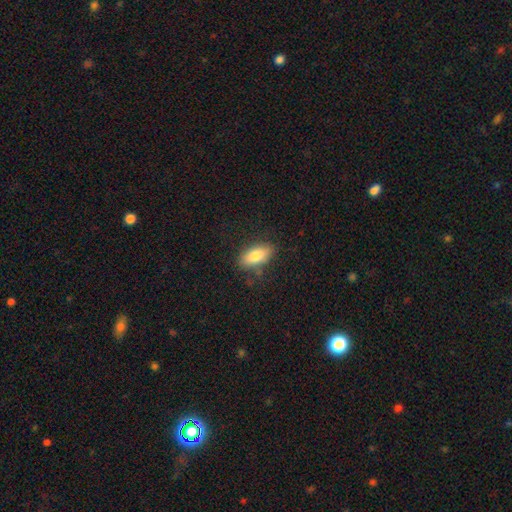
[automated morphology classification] This is likely a smooth galaxy (79%). How rounded: clearly in between (86%). Merging: clearly none (81%).